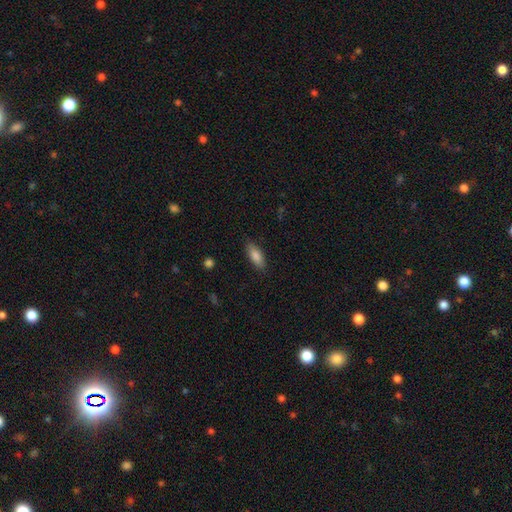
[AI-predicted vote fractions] This appears to be a smooth galaxy with no disk features (85%) that is in between round and cigar-shaped (78%). Merging: none (85%).